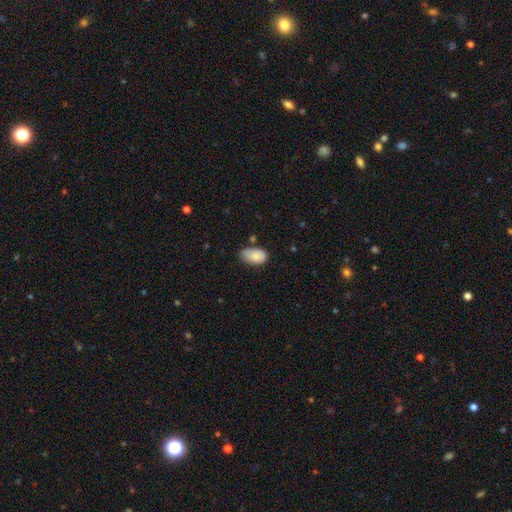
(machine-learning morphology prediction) Smooth or featured? smooth (83%)
How rounded? in between (93%)
Merging? none (53%)